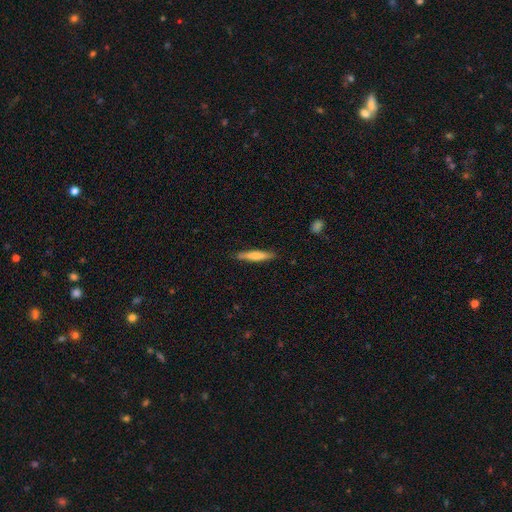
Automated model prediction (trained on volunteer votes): This appears to be a smooth galaxy with no disk features (65%) that is cigar-shaped (92%). Merging: none (87%).